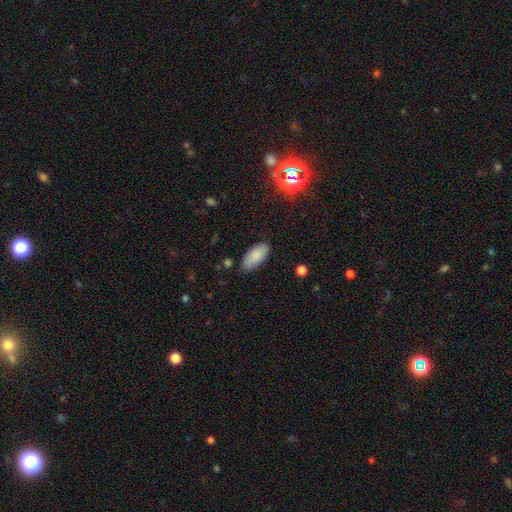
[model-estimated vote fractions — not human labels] A smooth galaxy with no disk features (85%) that is in between round and cigar-shaped (91%). Merging: none (81%).